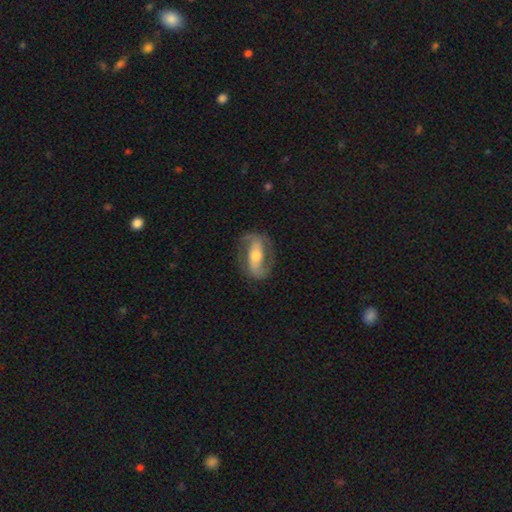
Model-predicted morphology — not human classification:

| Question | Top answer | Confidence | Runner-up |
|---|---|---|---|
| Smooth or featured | featured or disk | 82% | smooth (13%) |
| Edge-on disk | no | 94% | yes (6%) |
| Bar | strong | 48% | weak (29%) |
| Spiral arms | yes | 91% | no (9%) |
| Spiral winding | medium | 48% | loose (27%) |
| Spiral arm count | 2 | 90% | can't tell (4%) |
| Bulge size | moderate | 65% | small (25%) |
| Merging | none | 80% | minor disturbance (13%) |